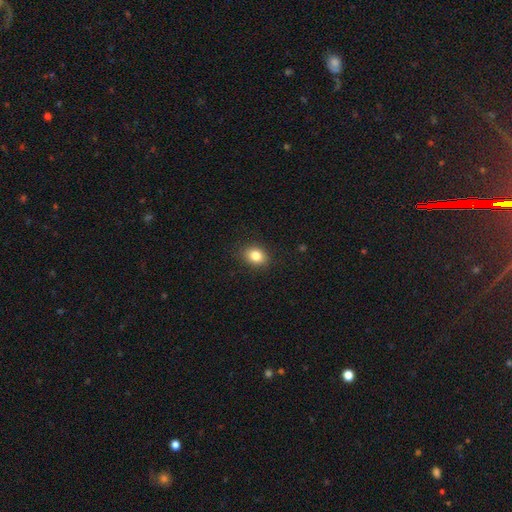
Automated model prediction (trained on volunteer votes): Smooth or featured?
  - smooth: 84% *
  - star or artifact: 10%
  - featured or disk: 7%
How rounded?
  - in between: 61% *
  - round: 37%
  - cigar-shaped: 1%
Merging?
  - none: 88% *
  - minor disturbance: 9%
  - major disturbance: 2%
  - merger: 1%